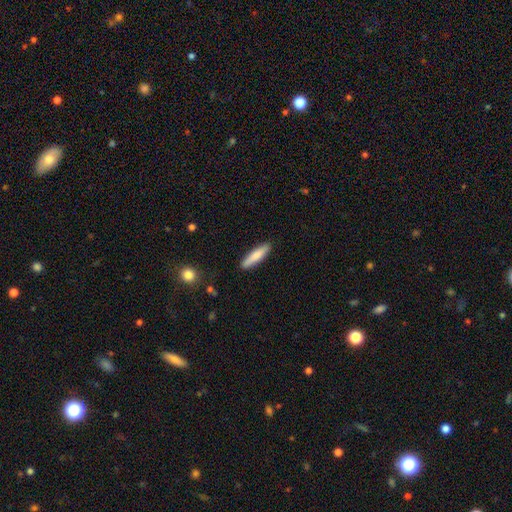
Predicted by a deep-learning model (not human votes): Smooth or featured: smooth — 77% (featured or disk — 17%)
How rounded: cigar-shaped — 81% (in between — 18%)
Merging: none — 88% (minor disturbance — 9%)